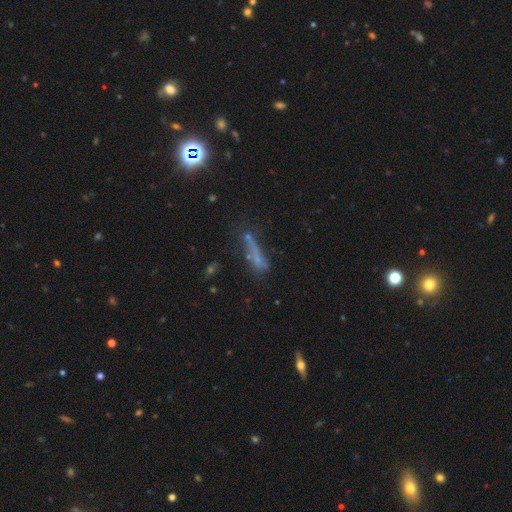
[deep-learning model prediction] The model was most divided on "smooth or featured": smooth: 47%, featured or disk: 30%, star or artifact: 23%. Remaining: merging — none (44%).